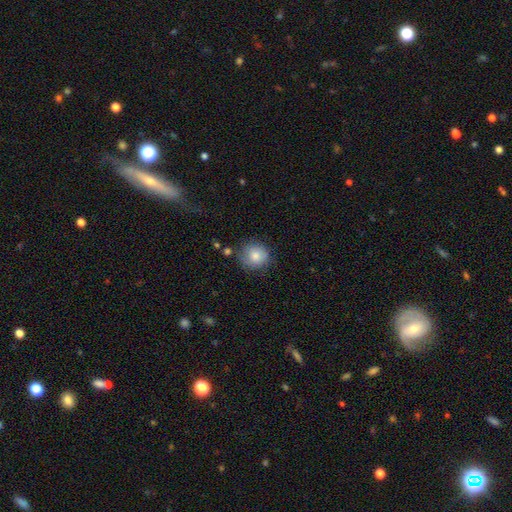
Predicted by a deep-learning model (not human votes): smooth_or_featured: smooth (p=0.80) [alt: featured or disk p=0.12]
how_rounded: round (p=0.87) [alt: in between p=0.12]
merging: none (p=0.74) [alt: minor disturbance p=0.18]